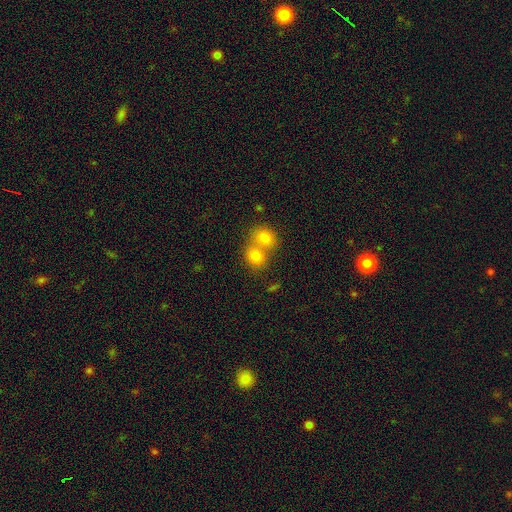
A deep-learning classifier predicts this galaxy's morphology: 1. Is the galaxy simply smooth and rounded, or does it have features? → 78% smooth, 12% star or artifact, 10% featured or disk.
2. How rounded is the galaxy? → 71% round, 27% in between, 1% cigar-shaped.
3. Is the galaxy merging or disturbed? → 58% merger, 34% none, 6% minor disturbance, 2% major disturbance.